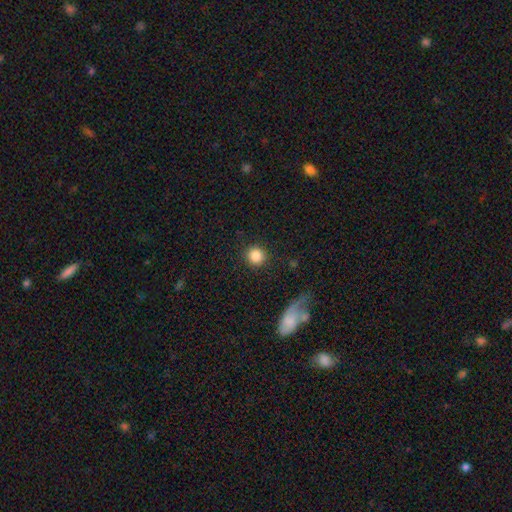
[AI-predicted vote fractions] Smooth or featured?
  - smooth: 86% *
  - star or artifact: 9%
  - featured or disk: 5%
How rounded?
  - round: 93% *
  - in between: 6%
  - cigar-shaped: 1%
Merging?
  - none: 89% *
  - minor disturbance: 6%
  - major disturbance: 3%
  - merger: 2%